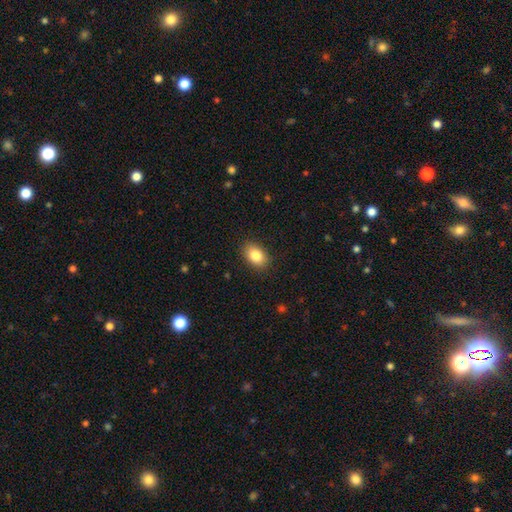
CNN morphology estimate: Smooth or featured? smooth (85%)
How rounded? in between (83%)
Merging? none (88%)